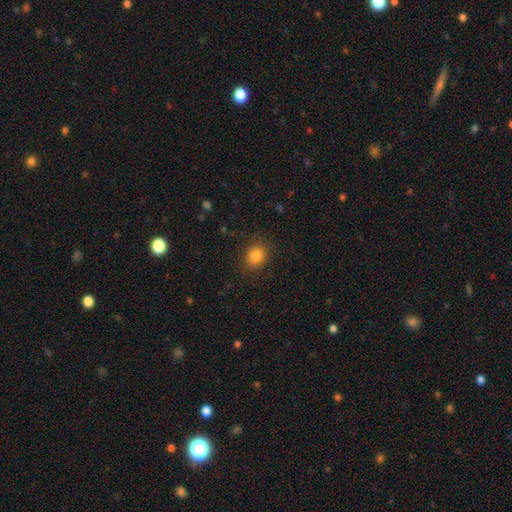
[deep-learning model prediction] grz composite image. It shows a smooth galaxy with no disk features (84%) that is round (69%). Merging: none (87%).